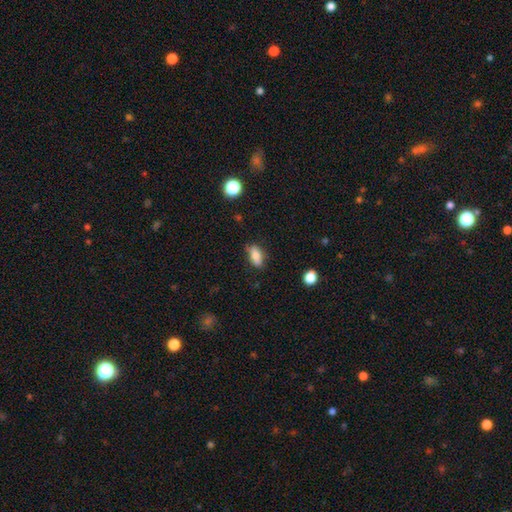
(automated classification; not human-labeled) Overall: smooth (79%). How rounded: in between (85%). Merging: none (73%).